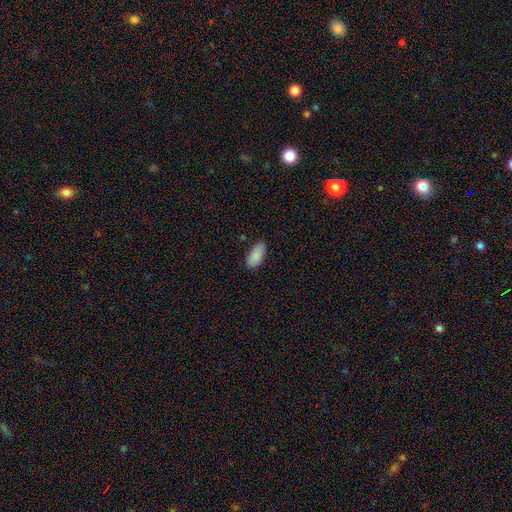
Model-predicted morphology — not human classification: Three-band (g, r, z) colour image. It shows a smooth galaxy with no disk features (89%) that is in between round and cigar-shaped (92%). Merging: none (84%).